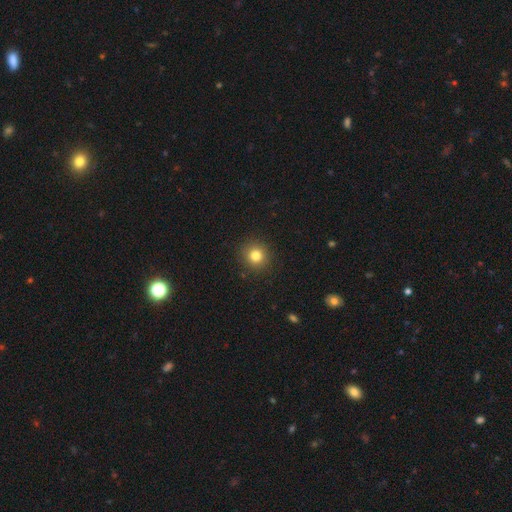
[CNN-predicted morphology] A smooth galaxy with no disk features (81%) that is round (93%). Merging: none (92%).